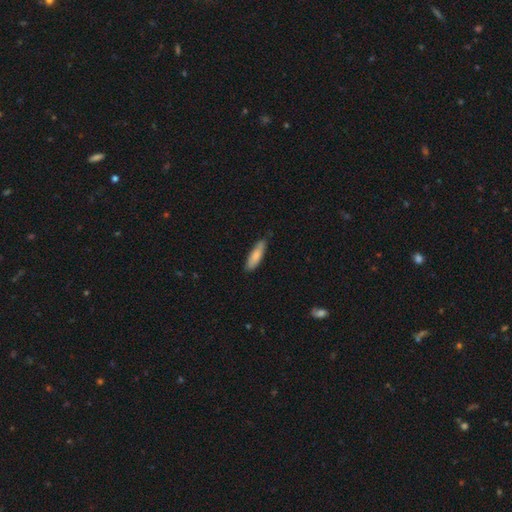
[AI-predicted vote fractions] A smooth galaxy with no disk features (82%) that is cigar-shaped (57%).

Vote fractions:
- Smooth or featured? smooth: 82% / featured or disk: 12% / star or artifact: 5%
- How rounded? cigar-shaped: 57% / in between: 42% / round: 1%
- Merging? none: 75% / minor disturbance: 21% / major disturbance: 3% / merger: 2%